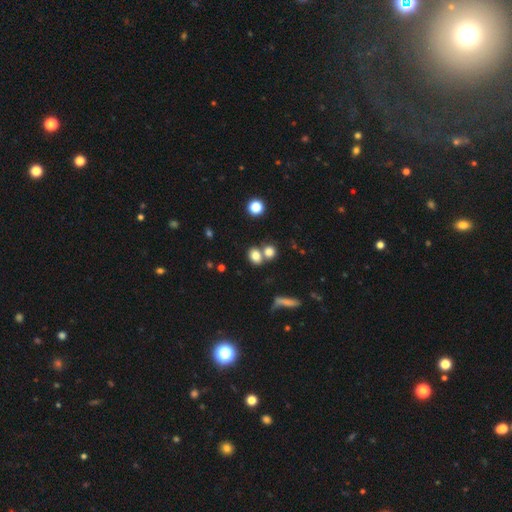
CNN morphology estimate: A smooth galaxy with no disk features (78%) that is in between round and cigar-shaped (52%). Merging: none (46%).